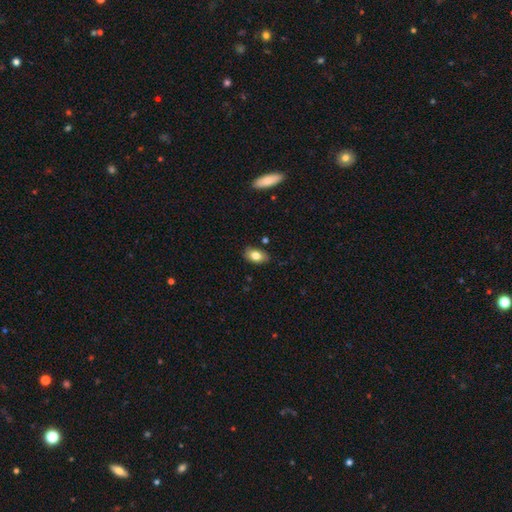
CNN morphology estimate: smooth 80%, featured or disk 12%, star or artifact 8%. Down the decision tree: how rounded — in between (90%); merging — none (83%).